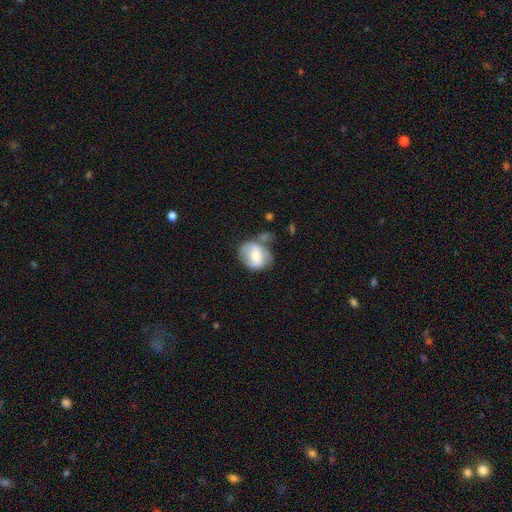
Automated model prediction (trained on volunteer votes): Smooth or featured?
  - smooth: 55% *
  - featured or disk: 38%
  - star or artifact: 7%
How rounded?
  - round: 57% *
  - in between: 42%
  - cigar-shaped: 1%
Merging?
  - none: 42% *
  - minor disturbance: 27%
  - merger: 17%
  - major disturbance: 13%